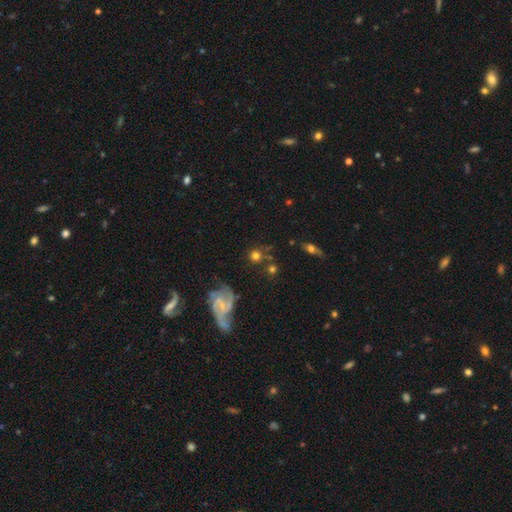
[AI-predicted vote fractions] Morphology: type=smooth (60%); roundness=round (91%); merging=none (73%).